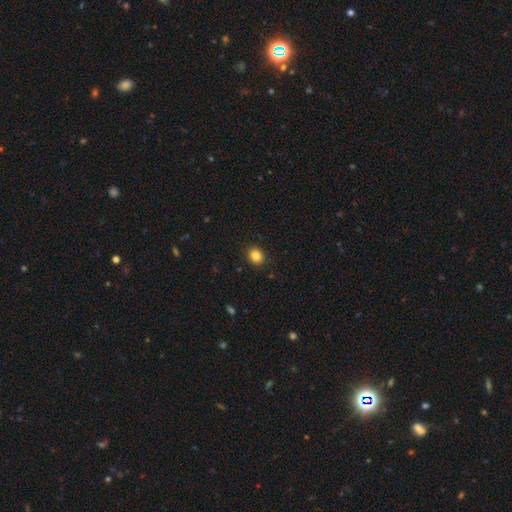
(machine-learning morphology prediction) Smooth or featured: smooth — 84% (star or artifact — 11%)
How rounded: round — 70% (in between — 29%)
Merging: none — 90% (minor disturbance — 7%)